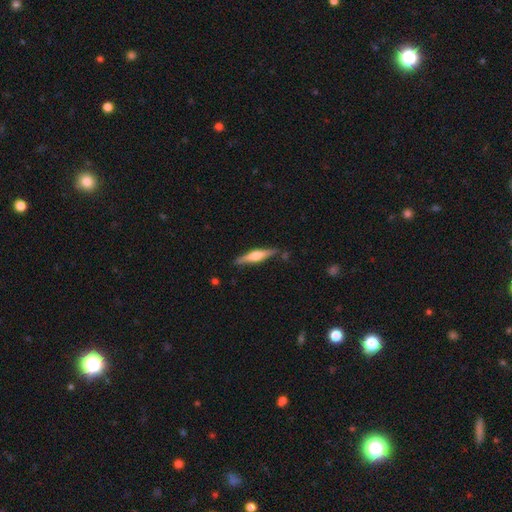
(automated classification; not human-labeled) featured or disk 61%, smooth 34%, star or artifact 6%. Down the decision tree: edge-on disk — yes (96%); edge-on bulge — rounded (85%); merging — none (84%).